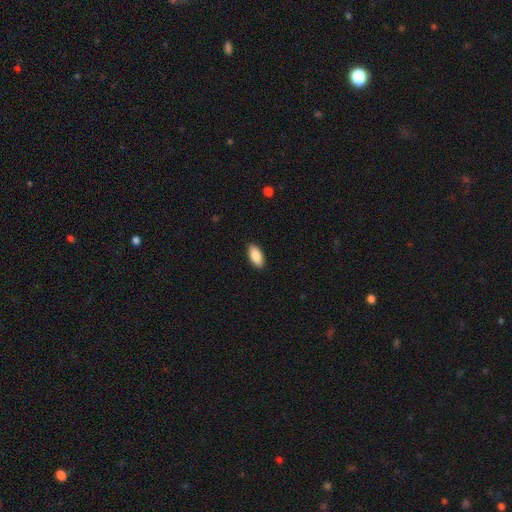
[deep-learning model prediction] The model was most divided on "smooth or featured": smooth: 89%, star or artifact: 6%, featured or disk: 5%. More confident: how rounded — in between (92%); merging — none (90%).